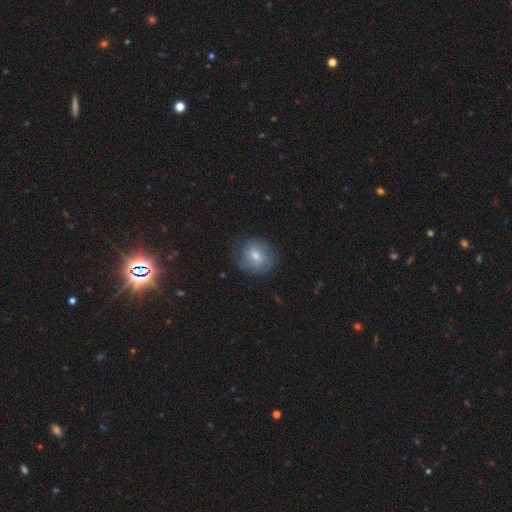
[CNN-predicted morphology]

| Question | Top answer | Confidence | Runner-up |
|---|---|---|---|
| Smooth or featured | smooth | 64% | featured or disk (28%) |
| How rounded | round | 70% | in between (29%) |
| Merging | none | 73% | minor disturbance (19%) |